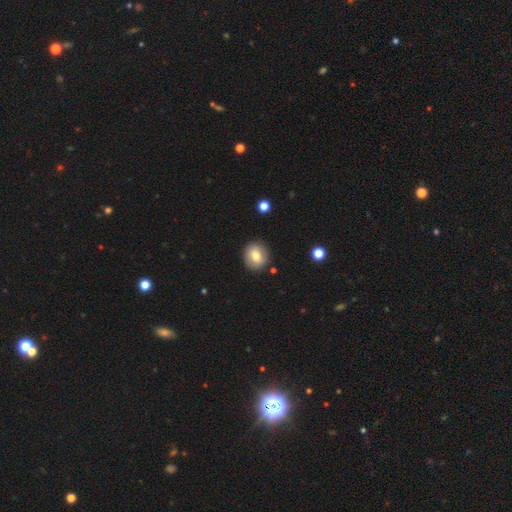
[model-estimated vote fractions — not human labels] This is likely a smooth galaxy (74%). How rounded: clearly round (81%). Merging: clearly none (88%).